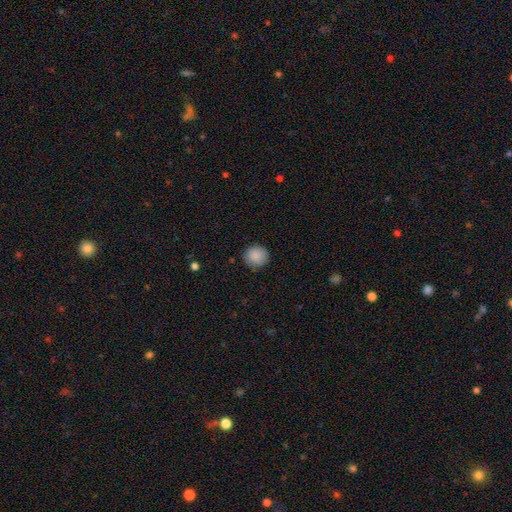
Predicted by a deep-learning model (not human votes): Smooth or featured: smooth — 88% (star or artifact — 8%)
How rounded: round — 92% (in between — 8%)
Merging: none — 87% (minor disturbance — 10%)